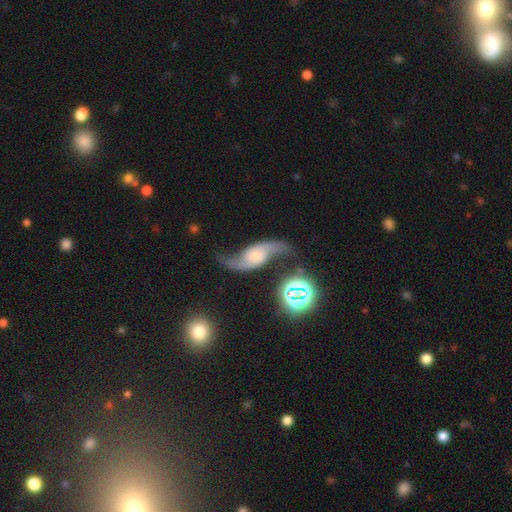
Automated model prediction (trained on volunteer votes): A featured or disk galaxy (82%) with no bar (63%), 2 (94%) loose (87%) spiral arms (96%) and a small central bulge (43%).

Vote fractions:
- Smooth or featured? featured or disk: 82% / smooth: 9% / star or artifact: 9%
- Edge-on disk? no: 95% / yes: 5%
- Bar? no: 63% / weak: 28% / strong: 9%
- Spiral arms? yes: 96% / no: 4%
- Spiral winding? loose: 87% / medium: 10% / tight: 3%
- Spiral arm count? 2: 94% / 1: 2% / can't tell: 2% / 3: 1% / 4: 1% / more than 4: 1%
- Bulge size? small: 43% / moderate: 26% / none: 17% / large: 9% / dominant: 5%
- Merging? none: 68% / minor disturbance: 18% / major disturbance: 10% / merger: 4%